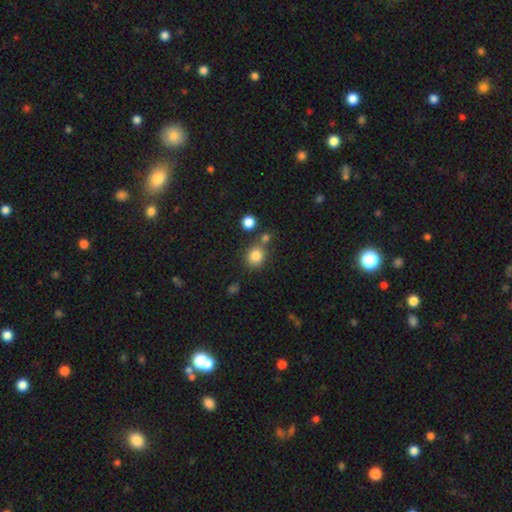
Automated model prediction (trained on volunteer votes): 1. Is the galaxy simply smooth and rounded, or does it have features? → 83% smooth, 11% star or artifact, 6% featured or disk.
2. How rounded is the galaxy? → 77% round, 22% in between, 1% cigar-shaped.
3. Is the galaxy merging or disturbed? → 67% none, 17% merger, 11% minor disturbance, 4% major disturbance.